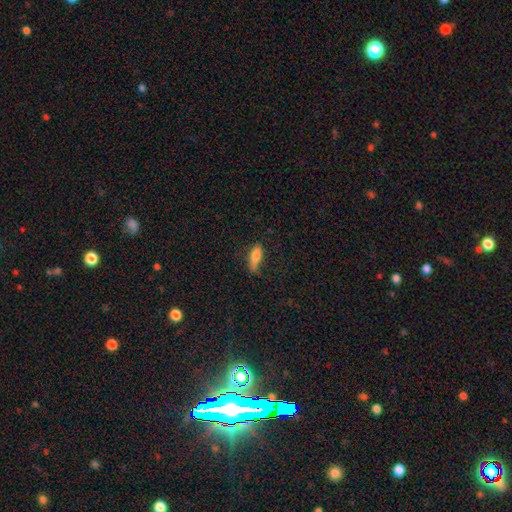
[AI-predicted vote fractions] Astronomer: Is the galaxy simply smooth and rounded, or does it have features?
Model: smooth — 78%.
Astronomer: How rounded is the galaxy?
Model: in between — 52% (runner-up: cigar-shaped, 46%).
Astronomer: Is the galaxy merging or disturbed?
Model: none — 65%.